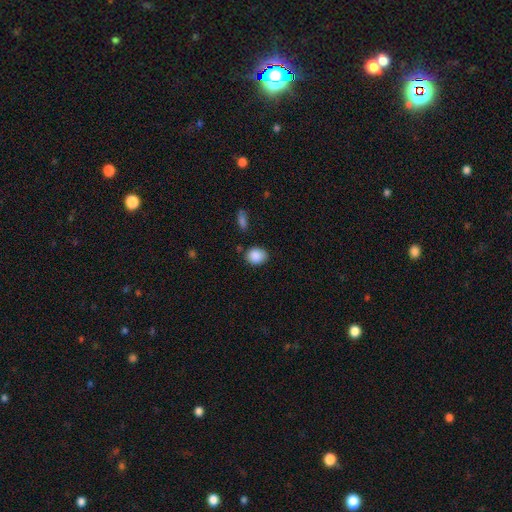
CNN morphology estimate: A smooth galaxy with no disk features (88%) that is round (55%).

Vote fractions:
- Smooth or featured? smooth: 88% / star or artifact: 8% / featured or disk: 4%
- How rounded? round: 55% / in between: 44% / cigar-shaped: 1%
- Merging? none: 78% / minor disturbance: 15% / merger: 4% / major disturbance: 3%